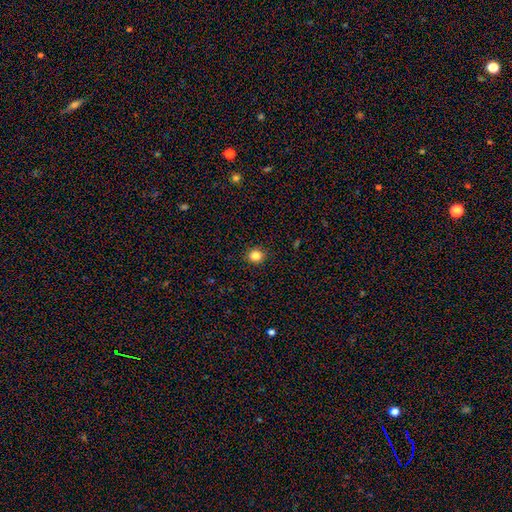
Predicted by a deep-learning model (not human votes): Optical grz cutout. It shows a smooth galaxy with no disk features (83%) that is round (84%). Merging: none (91%).